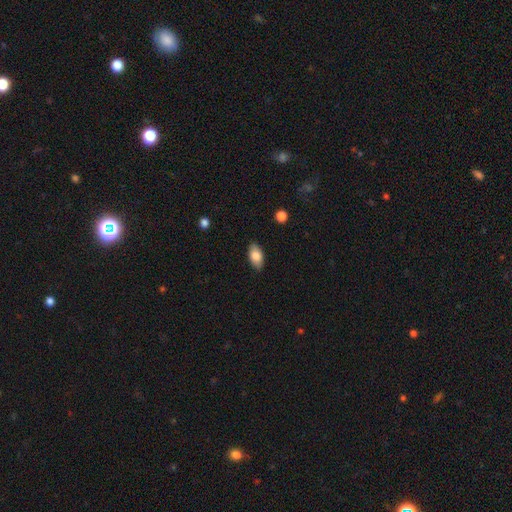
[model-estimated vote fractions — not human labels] Smooth or featured?
  - smooth: 83% *
  - featured or disk: 10%
  - star or artifact: 7%
How rounded?
  - in between: 92% *
  - round: 4%
  - cigar-shaped: 4%
Merging?
  - none: 86% *
  - minor disturbance: 10%
  - major disturbance: 2%
  - merger: 1%